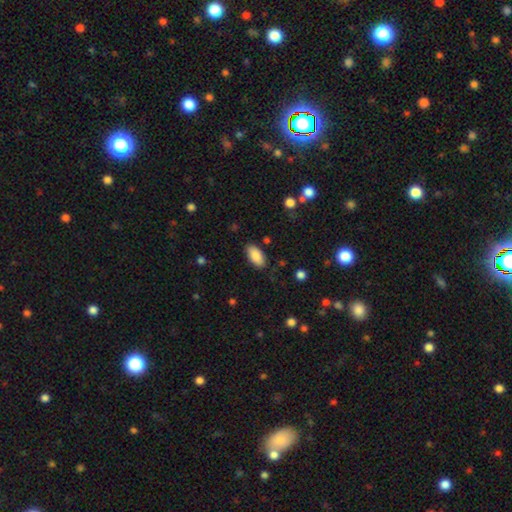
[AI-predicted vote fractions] This appears to be a smooth galaxy with no disk features (88%) that is in between round and cigar-shaped (94%). Merging: none (86%).